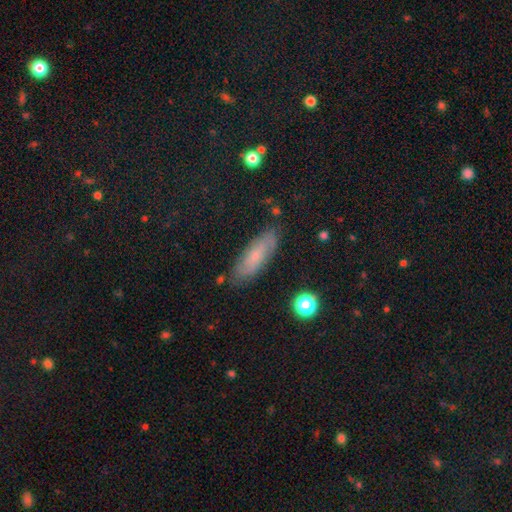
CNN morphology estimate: smooth-or-featured: smooth: 50% | featured or disk: 39% | star or artifact: 11%
  how-rounded: in between: 57% | cigar-shaped: 40% | round: 3%
  merging: none: 80% | minor disturbance: 15% | major disturbance: 3% | merger: 2%